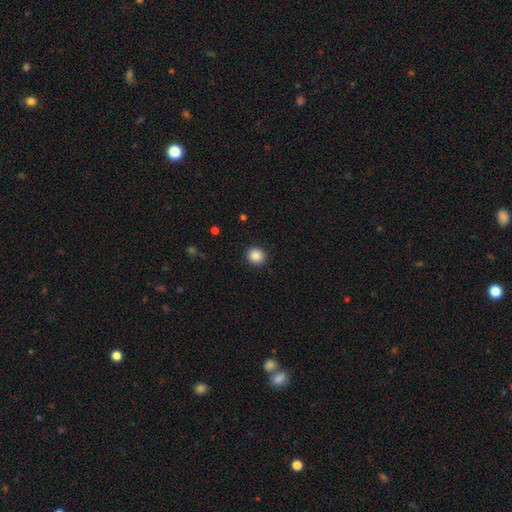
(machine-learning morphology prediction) Overall: smooth (87%). How rounded: round (91%). Merging: none (92%).